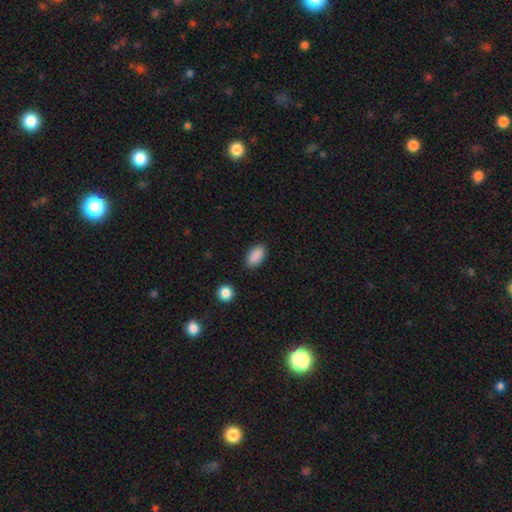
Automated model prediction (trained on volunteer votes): Overall: smooth (90%). How rounded: in between (93%). Merging: none (87%).